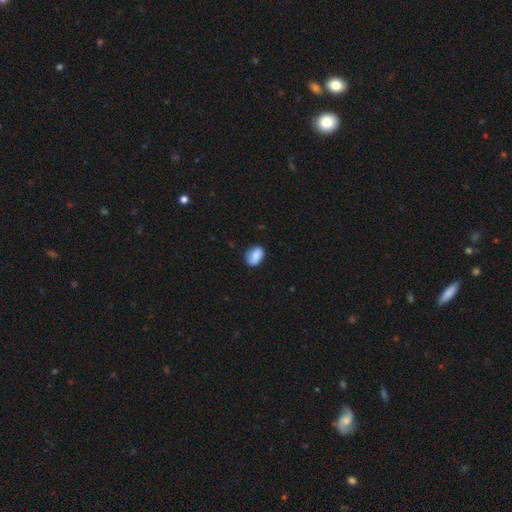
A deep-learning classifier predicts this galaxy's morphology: Smooth or featured? Predicted: smooth (p=0.80). How rounded? Predicted: in between (p=0.73). Merging? Predicted: none (p=0.65).